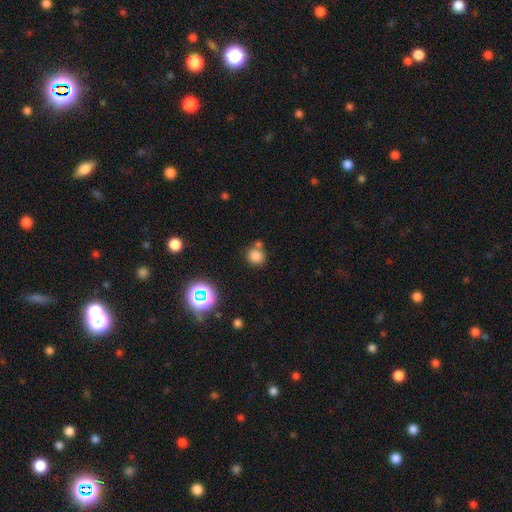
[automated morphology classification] smooth_or_featured: smooth (p=0.78) [alt: star or artifact p=0.16]
how_rounded: round (p=0.85) [alt: in between p=0.14]
merging: none (p=0.68) [alt: merger p=0.18]